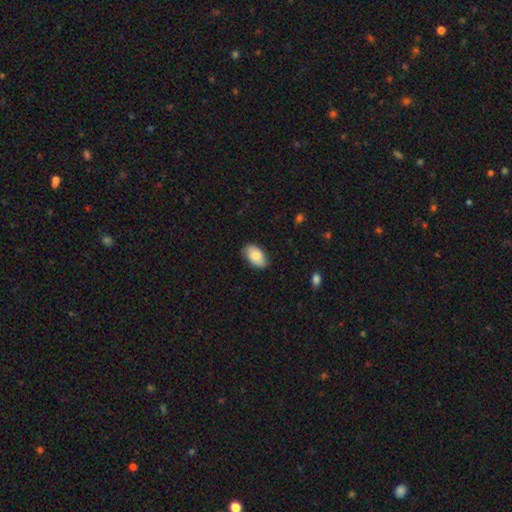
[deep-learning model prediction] smooth 82%, featured or disk 12%, star or artifact 6%. Down the decision tree: how rounded — in between (93%); merging — none (78%).